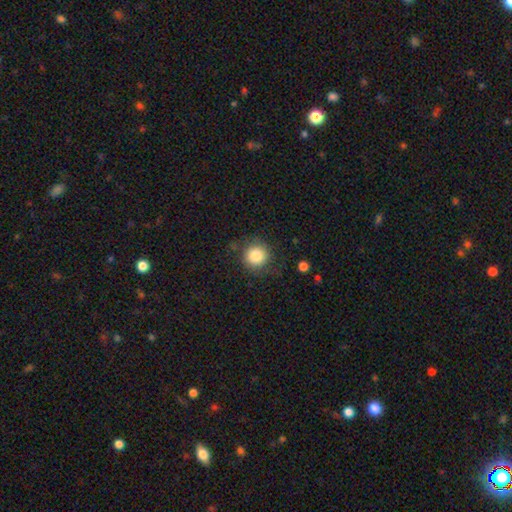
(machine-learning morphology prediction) Q: Smooth or featured?
A: smooth (83%); runner-up: star or artifact (10%)
Q: How rounded?
A: round (92%); runner-up: in between (7%)
Q: Merging?
A: none (80%); runner-up: minor disturbance (13%)